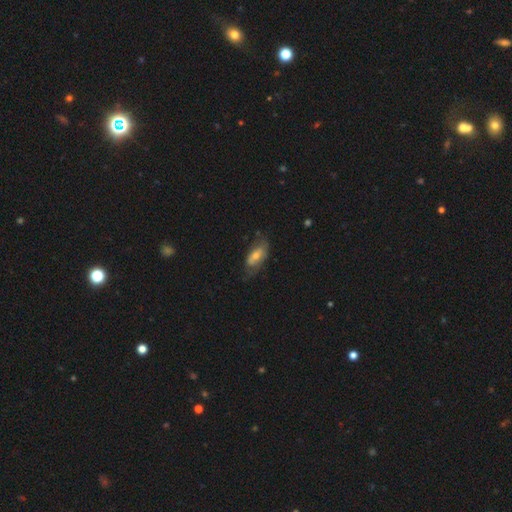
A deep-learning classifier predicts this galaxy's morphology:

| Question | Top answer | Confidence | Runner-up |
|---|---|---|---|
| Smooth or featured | smooth | 50% | featured or disk (43%) |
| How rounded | in between | 86% | cigar-shaped (11%) |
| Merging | none | 53% | minor disturbance (29%) |